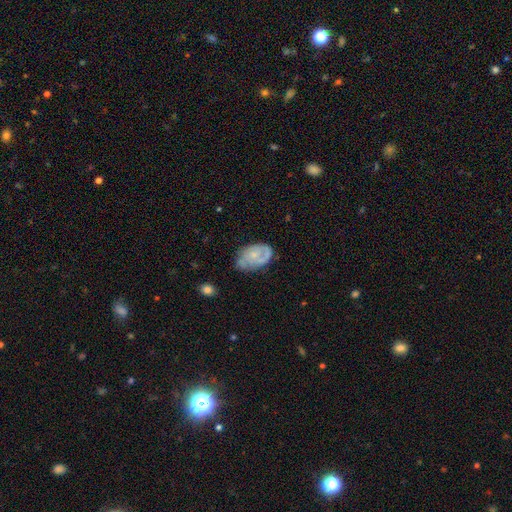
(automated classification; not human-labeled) A featured or disk galaxy (61%) with no bar (76%), spiral arms (75%) and a small central bulge (62%). Merging: none (58%).